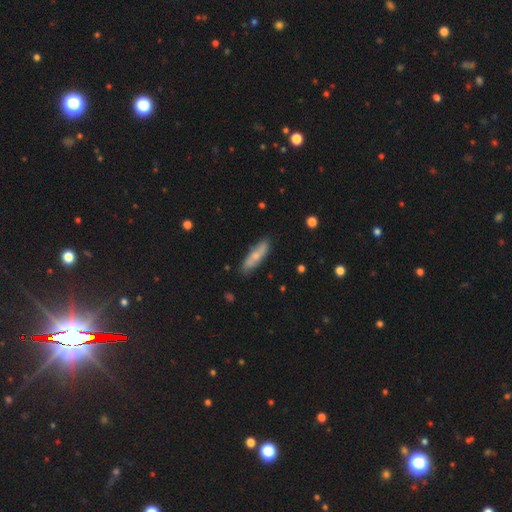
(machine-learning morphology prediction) Overall: smooth (62%; featured or disk 32%). How rounded: cigar-shaped (66%; in between 32%). Merging: none (80%).